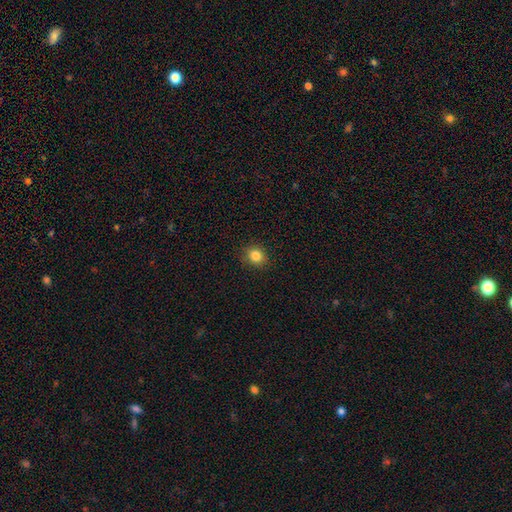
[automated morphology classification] type=smooth (84%); roundness=round (73%); merging=none (89%).